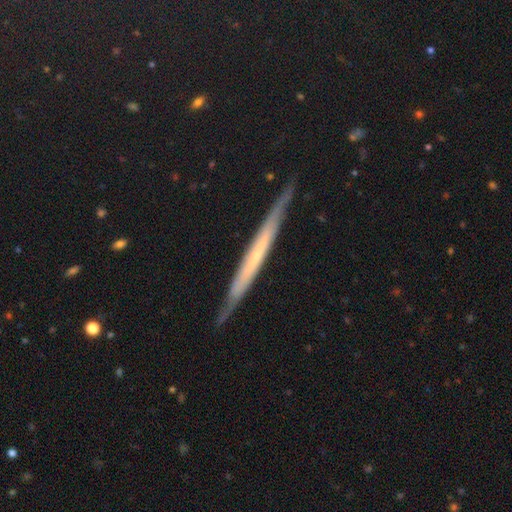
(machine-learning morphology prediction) Smooth or featured: featured or disk — 65% (smooth — 28%)
Edge-on disk: yes — 93% (no — 7%)
Edge-on bulge: none — 79% (rounded — 15%)
Merging: none — 84% (minor disturbance — 13%)